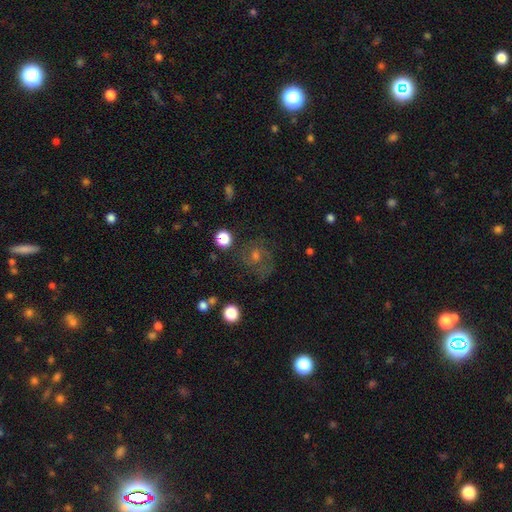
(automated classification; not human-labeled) Overall: featured or disk (45%; smooth 31%). Merging: none (65%).